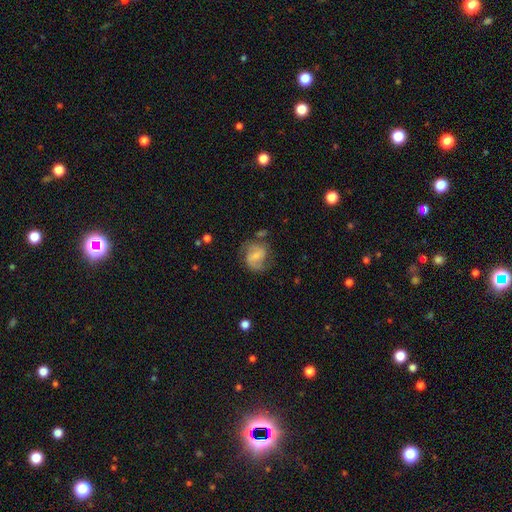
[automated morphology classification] smooth-or-featured: featured or disk: 53% | smooth: 39% | star or artifact: 8%
  disk-edge-on: no: 97% | yes: 3%
    bar: weak: 48% | no: 29% | strong: 23%
    has-spiral-arms: yes: 82% | no: 18%
    bulge-size: small: 44% | moderate: 28% | none: 21% | large: 6% | dominant: 2%
  merging: none: 57% | minor disturbance: 23% | major disturbance: 15% | merger: 4%